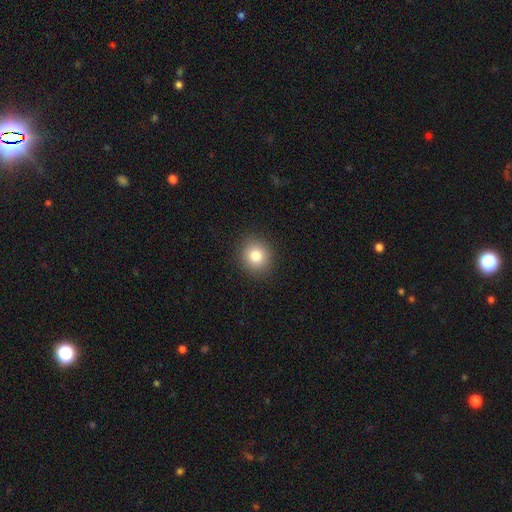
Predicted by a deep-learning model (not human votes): smooth_or_featured: smooth (p=0.81) [alt: star or artifact p=0.11]
how_rounded: round (p=0.81) [alt: in between p=0.18]
merging: none (p=0.90) [alt: minor disturbance p=0.06]